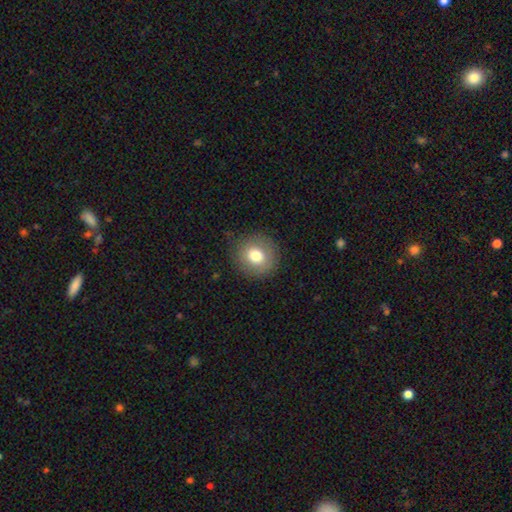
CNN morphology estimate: Smooth or featured: smooth — 77% (featured or disk — 13%)
How rounded: round — 91% (in between — 8%)
Merging: none — 86% (minor disturbance — 9%)